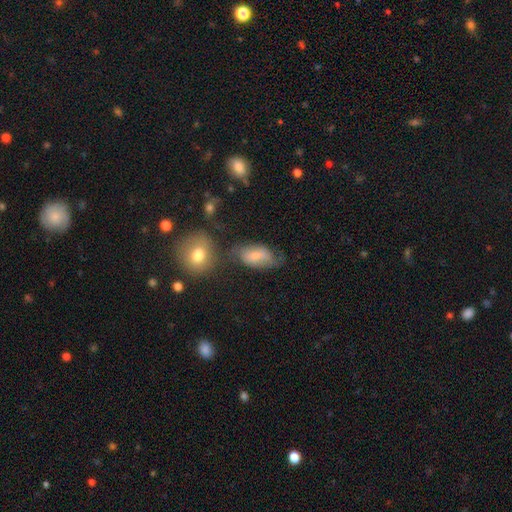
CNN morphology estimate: Q: Smooth or featured?
A: smooth (63%); runner-up: featured or disk (26%)
Q: How rounded?
A: in between (88%); runner-up: round (9%)
Q: Merging?
A: none (43%); runner-up: minor disturbance (29%)